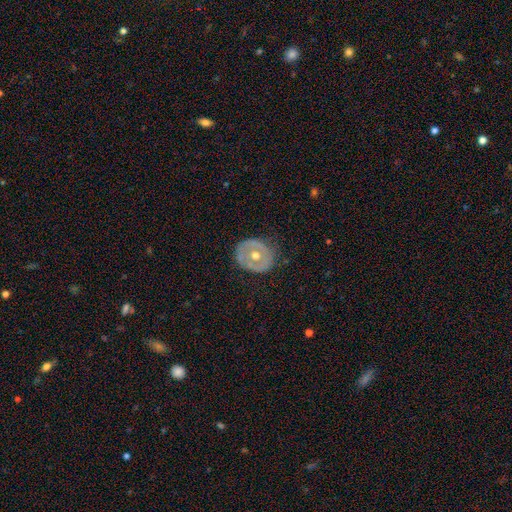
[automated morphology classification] The model was most divided on "smooth or featured": featured or disk: 60%, smooth: 33%, star or artifact: 7%. More confident: edge-on disk — no (94%); bar — no (83%); spiral arms — no (79%); bulge size — moderate (78%); merging — none (78%).